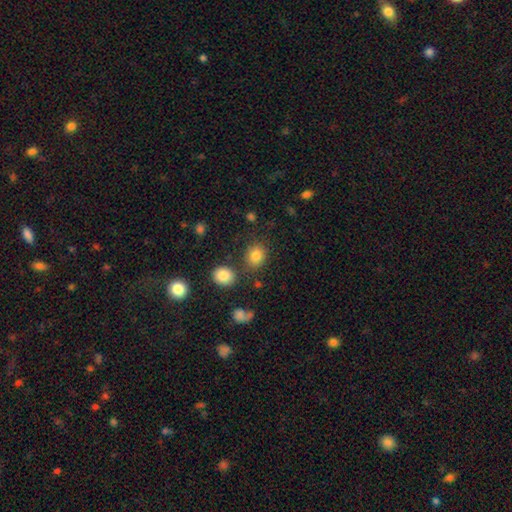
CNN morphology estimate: smooth-or-featured: smooth: 82% | star or artifact: 12% | featured or disk: 6%
  how-rounded: round: 68% | in between: 31% | cigar-shaped: 1%
  merging: none: 77% | minor disturbance: 11% | merger: 7% | major disturbance: 4%